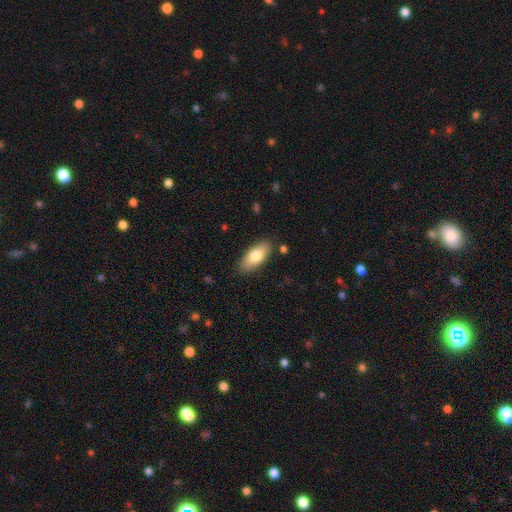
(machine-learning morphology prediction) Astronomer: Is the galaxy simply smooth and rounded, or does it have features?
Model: smooth — 78%.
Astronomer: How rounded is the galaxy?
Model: in between — 85%.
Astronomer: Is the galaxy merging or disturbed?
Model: none — 86%.